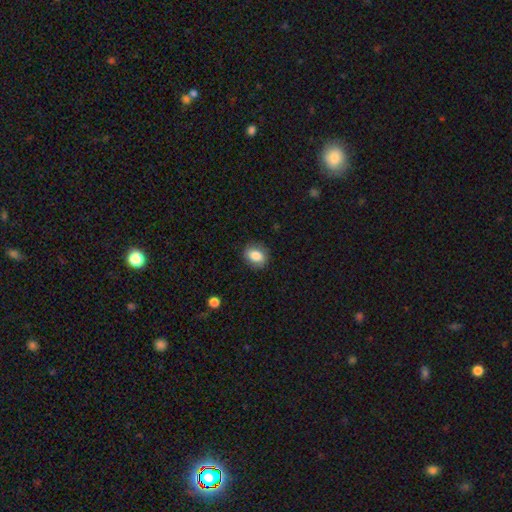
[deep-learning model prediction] Morphology: type=smooth (83%); roundness=in between (60%); merging=none (84%).